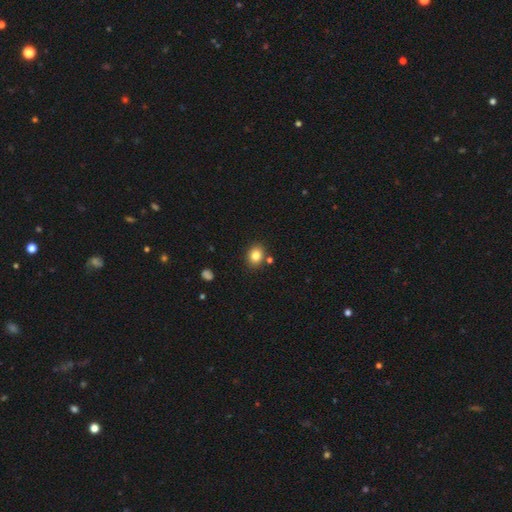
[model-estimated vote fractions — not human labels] Smooth or featured? Predicted: smooth (p=0.83). How rounded? Predicted: round (p=0.56). Merging? Predicted: none (p=0.82).